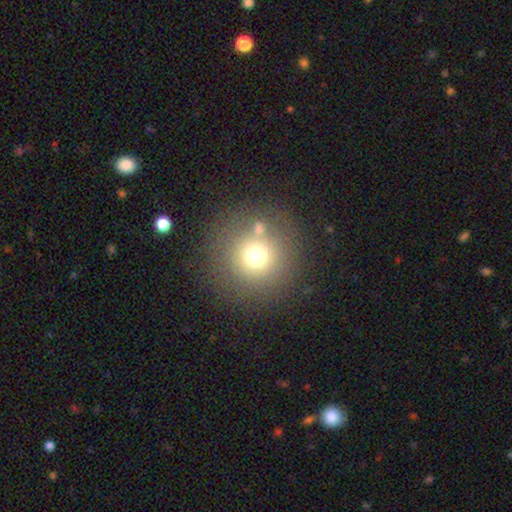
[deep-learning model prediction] Smooth or featured? Predicted: smooth (p=0.70). How rounded? Predicted: round (p=0.95). Merging? Predicted: none (p=0.79).